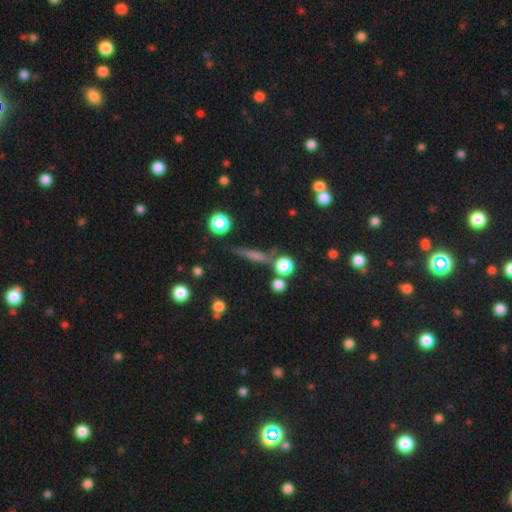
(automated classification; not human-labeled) This is marginally a featured or disk galaxy (45%). Merging: likely none (78%).